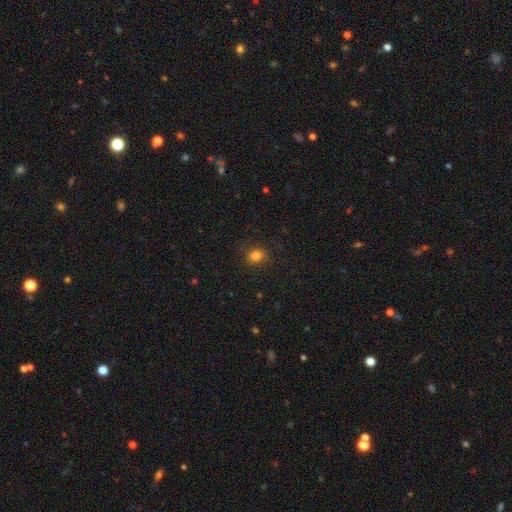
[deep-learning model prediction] Morphology: type=smooth (82%); roundness=round (62%); merging=none (84%).